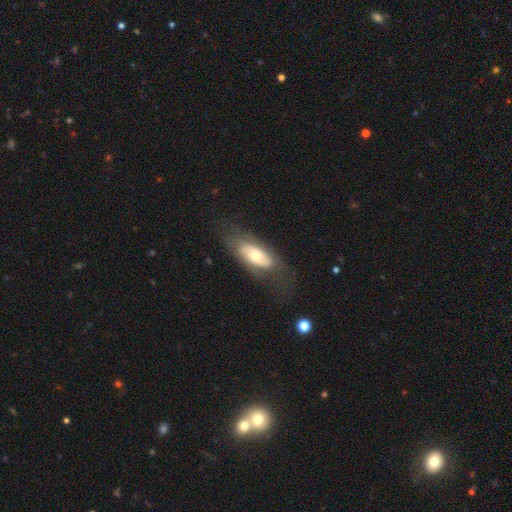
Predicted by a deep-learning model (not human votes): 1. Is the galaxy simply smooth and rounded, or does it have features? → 49% featured or disk, 44% smooth, 6% star or artifact.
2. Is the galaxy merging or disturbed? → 62% none, 21% minor disturbance, 15% major disturbance, 2% merger.